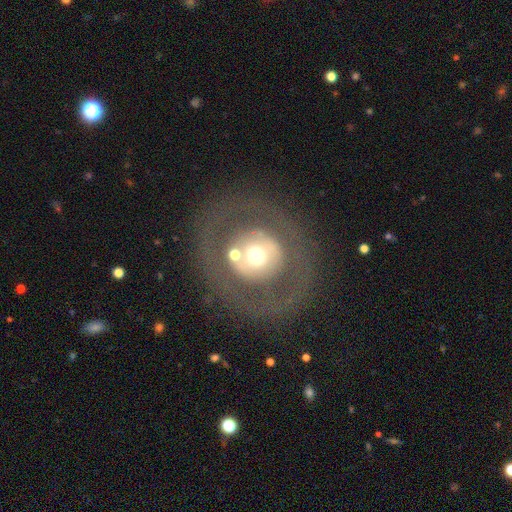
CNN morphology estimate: Smooth or featured: featured or disk — 52% (smooth — 38%)
Edge-on disk: no — 94% (yes — 6%)
Merging: none — 73% (major disturbance — 12%)